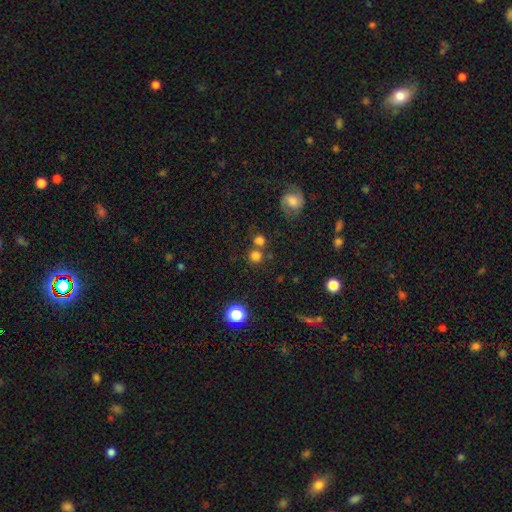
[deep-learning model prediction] This appears to be a smooth galaxy with no disk features (76%) that is round (91%). Merging: none (65%).